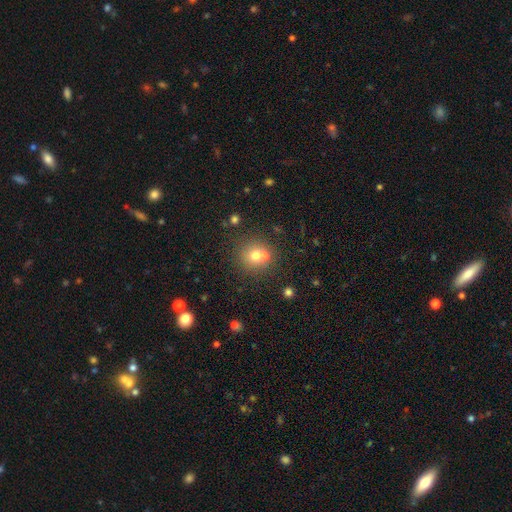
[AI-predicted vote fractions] Smooth or featured: smooth — 67% (featured or disk — 19%)
How rounded: round — 81% (in between — 18%)
Merging: none — 46% (merger — 41%)